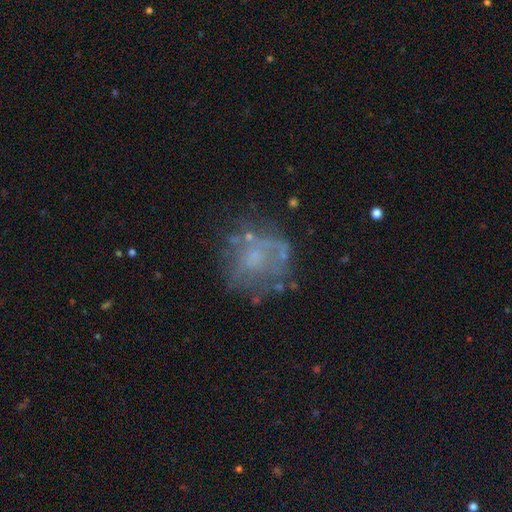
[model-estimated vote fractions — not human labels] Smooth or featured: featured or disk — 51% (smooth — 32%)
Edge-on disk: no — 97% (yes — 3%)
Merging: none — 53% (major disturbance — 21%)